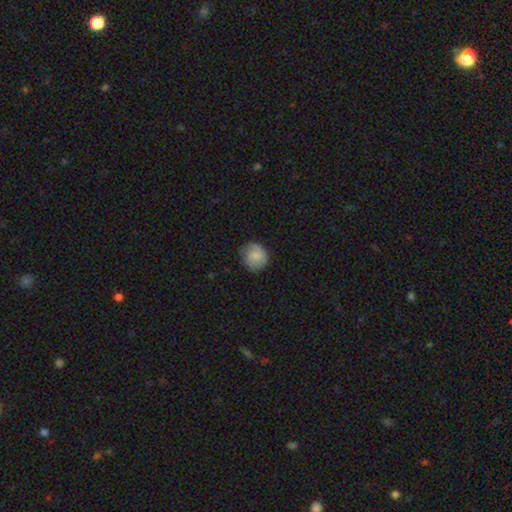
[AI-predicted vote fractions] Smooth or featured: smooth — 73% (featured or disk — 20%)
How rounded: round — 81% (in between — 18%)
Merging: none — 70% (minor disturbance — 23%)